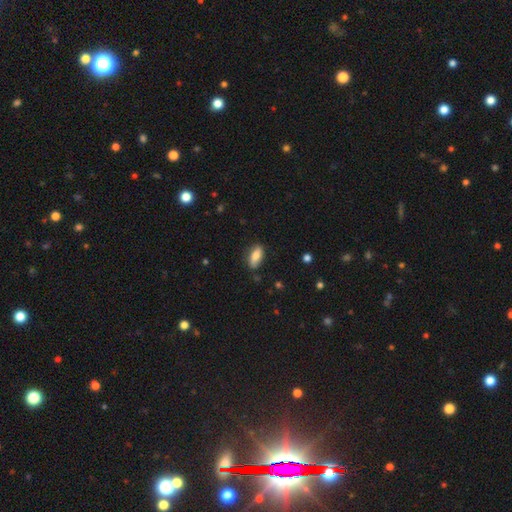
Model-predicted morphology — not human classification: smooth 78%, featured or disk 15%, star or artifact 7%. Down the decision tree: how rounded — in between (81%); merging — none (79%).